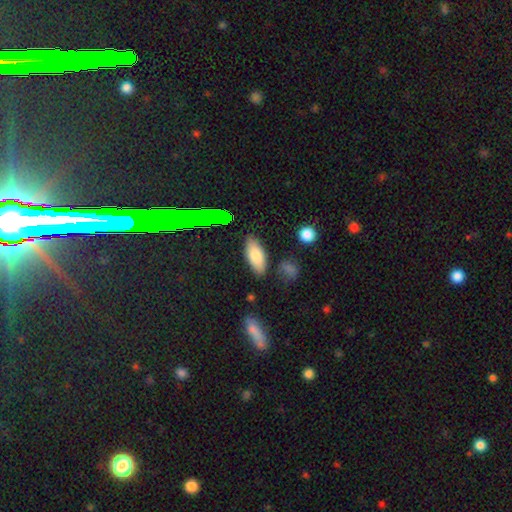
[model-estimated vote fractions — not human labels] Q: Smooth or featured?
A: smooth (79%); runner-up: featured or disk (12%)
Q: How rounded?
A: in between (84%); runner-up: cigar-shaped (13%)
Q: Merging?
A: none (83%); runner-up: minor disturbance (11%)